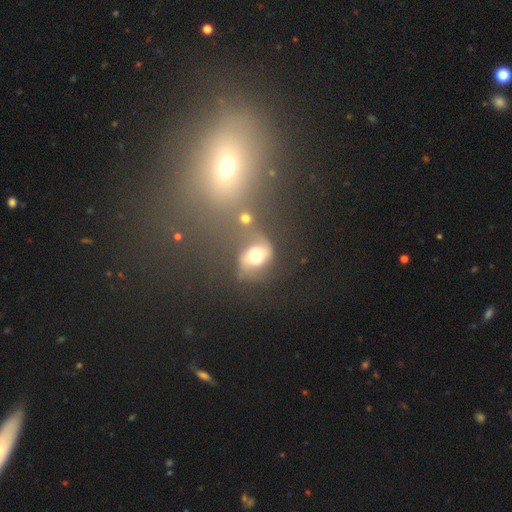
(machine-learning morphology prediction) smooth-or-featured: smooth: 45% | featured or disk: 40% | star or artifact: 15%
  merging: none: 49% | minor disturbance: 19% | major disturbance: 17% | merger: 15%